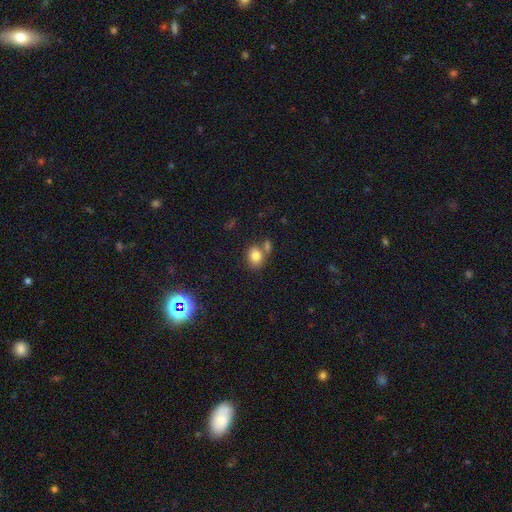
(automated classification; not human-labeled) Smooth or featured? Predicted: smooth (p=0.80). How rounded? Predicted: round (p=0.54). Merging? Predicted: none (p=0.55).